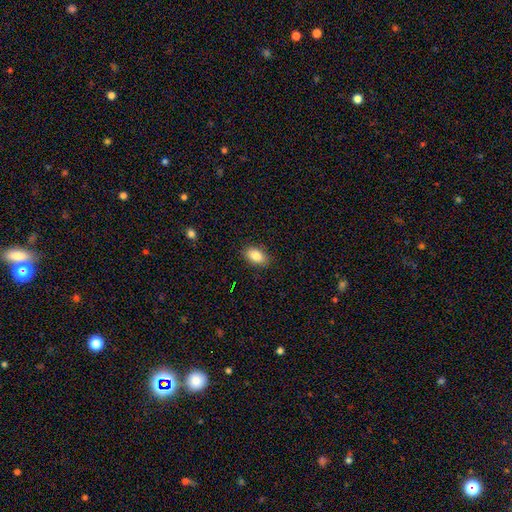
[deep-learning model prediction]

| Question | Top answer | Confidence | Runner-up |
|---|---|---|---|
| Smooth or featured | smooth | 86% | star or artifact (8%) |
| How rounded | in between | 90% | round (8%) |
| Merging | none | 87% | minor disturbance (10%) |